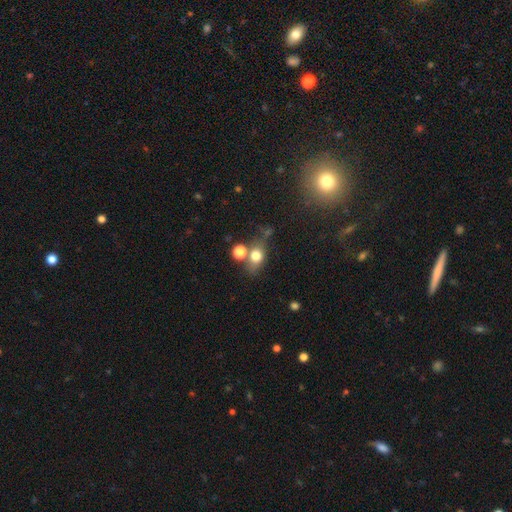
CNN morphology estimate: The model was most divided on "how rounded": in between: 53%, round: 44%, cigar-shaped: 3%. More confident: smooth or featured — smooth (74%); merging — none (56%).